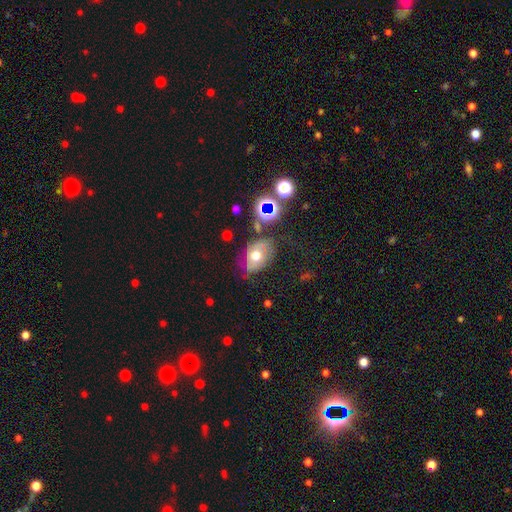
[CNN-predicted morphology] This appears to be a smooth galaxy with no disk features (45%). Merging: none (54%).